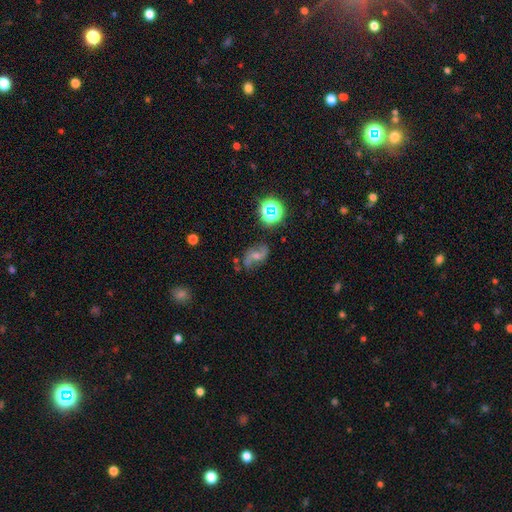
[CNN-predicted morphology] A featured or disk galaxy (67%) with no bar (51%), 2 (90%) loose (69%) spiral arms (92%) and a small central bulge (43%).

Vote fractions:
- Smooth or featured? featured or disk: 67% / smooth: 18% / star or artifact: 15%
- Edge-on disk? no: 96% / yes: 4%
- Bar? no: 51% / weak: 37% / strong: 12%
- Spiral arms? yes: 92% / no: 8%
- Spiral winding? loose: 69% / medium: 25% / tight: 7%
- Spiral arm count? 2: 90% / can't tell: 4% / 1: 3% / 3: 1% / 4: 1% / more than 4: 1%
- Bulge size? small: 43% / moderate: 42% / none: 9% / large: 4% / dominant: 2%
- Merging? none: 69% / minor disturbance: 19% / major disturbance: 9% / merger: 4%